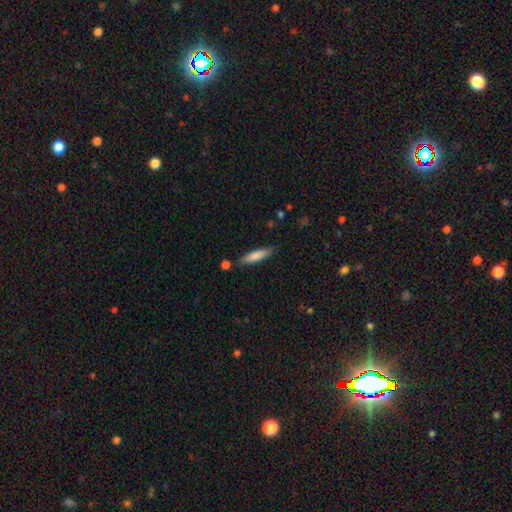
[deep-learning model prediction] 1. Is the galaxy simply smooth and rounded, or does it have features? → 78% smooth, 16% featured or disk, 6% star or artifact.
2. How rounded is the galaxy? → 79% cigar-shaped, 19% in between, 1% round.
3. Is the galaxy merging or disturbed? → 80% none, 13% minor disturbance, 4% merger, 3% major disturbance.